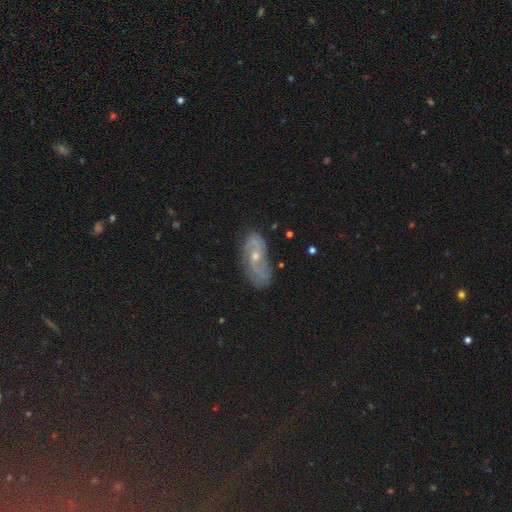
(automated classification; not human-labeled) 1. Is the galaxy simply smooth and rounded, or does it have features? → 70% featured or disk, 18% smooth, 13% star or artifact.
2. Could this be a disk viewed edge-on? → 91% no, 9% yes.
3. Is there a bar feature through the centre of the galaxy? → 64% no, 29% weak, 7% strong.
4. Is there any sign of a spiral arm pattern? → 85% yes, 15% no.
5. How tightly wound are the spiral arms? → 41% medium, 34% tight, 25% loose.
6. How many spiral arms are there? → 58% 2, 25% can't tell, 6% 3, 4% 1, 3% 4, 3% more than 4.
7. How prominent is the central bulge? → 59% small, 37% moderate, 1% none, 1% large, 1% dominant.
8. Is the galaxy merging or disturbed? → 74% none, 18% minor disturbance, 6% major disturbance, 2% merger.